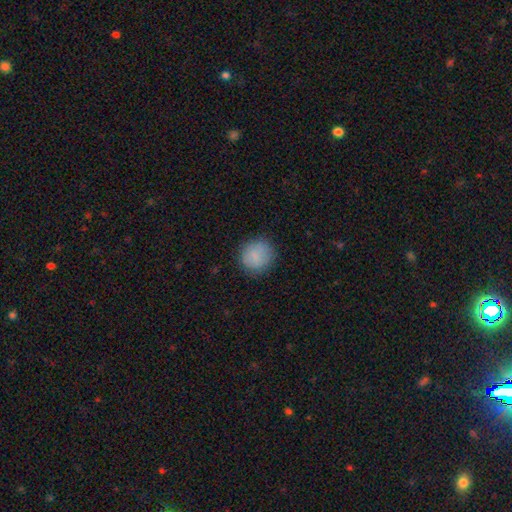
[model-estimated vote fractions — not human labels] The model was most divided on "merging": none: 83%, minor disturbance: 12%, major disturbance: 4%, merger: 1%. More confident: how rounded — round (87%); smooth or featured — smooth (84%).